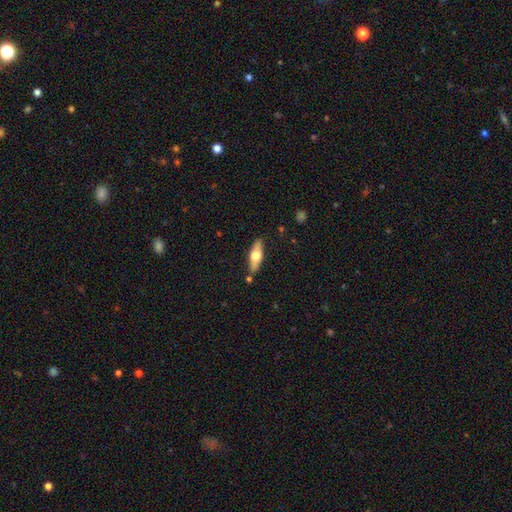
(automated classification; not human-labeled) Smooth or featured?
  - smooth: 51% *
  - featured or disk: 44%
  - star or artifact: 5%
How rounded?
  - in between: 52% *
  - cigar-shaped: 45%
  - round: 3%
Merging?
  - none: 84% *
  - minor disturbance: 11%
  - merger: 3%
  - major disturbance: 2%